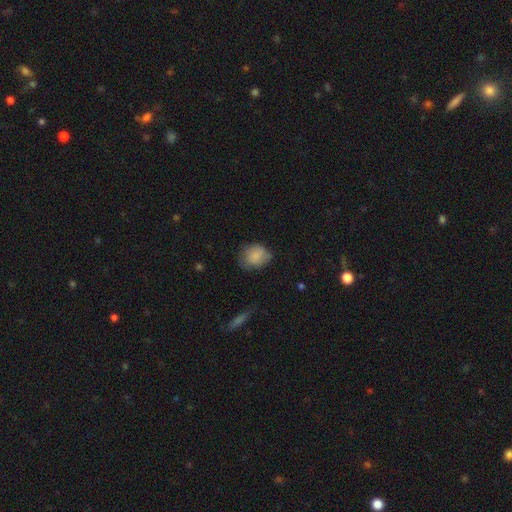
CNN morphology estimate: A smooth galaxy with no disk features (82%) that is round (57%).

Vote fractions:
- Smooth or featured? smooth: 82% / featured or disk: 10% / star or artifact: 8%
- How rounded? round: 57% / in between: 42% / cigar-shaped: 1%
- Merging? none: 60% / minor disturbance: 31% / major disturbance: 8% / merger: 2%